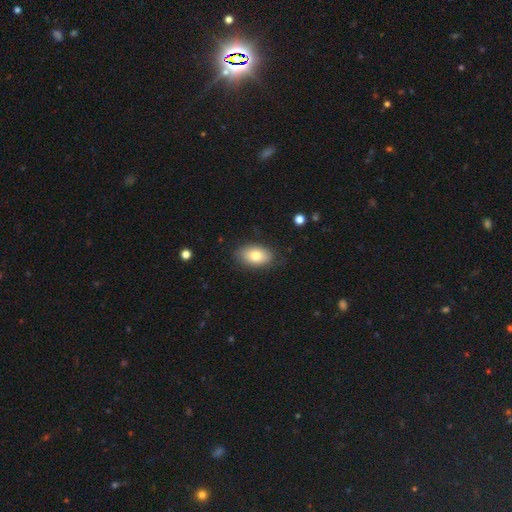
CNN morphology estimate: The model was most divided on "smooth or featured": smooth: 78%, featured or disk: 14%, star or artifact: 7%. More confident: how rounded — in between (90%); merging — none (84%).